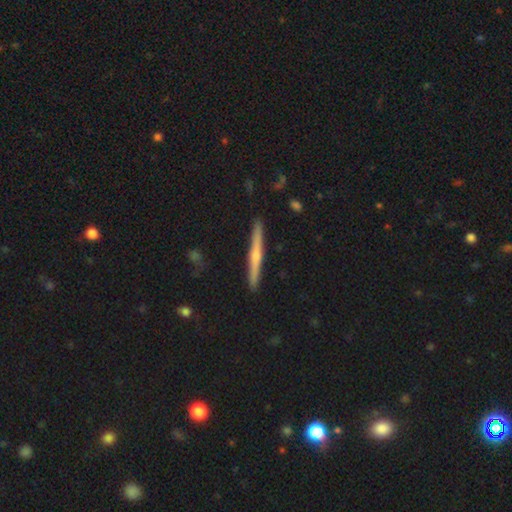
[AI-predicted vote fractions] Morphology: type=featured or disk (62%); edge-on=yes (97%); edge-on bulge=rounded (63%); merging=none (90%).